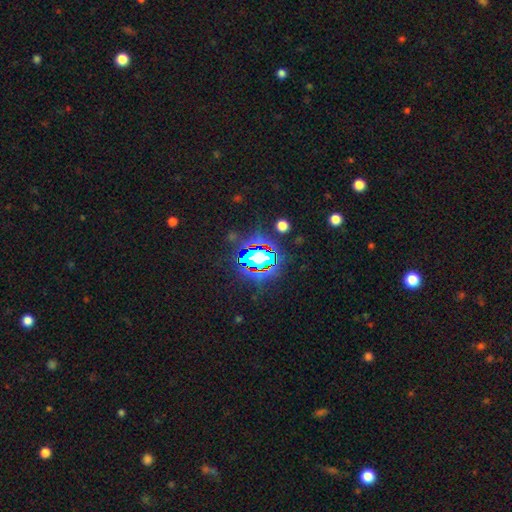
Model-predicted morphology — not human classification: smooth-or-featured: star or artifact: 65% | smooth: 22% | featured or disk: 14%